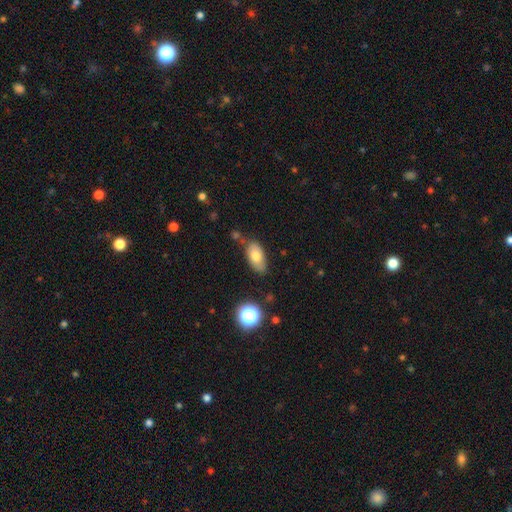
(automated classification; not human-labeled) Smooth or featured?
  - smooth: 74% *
  - featured or disk: 17%
  - star or artifact: 9%
How rounded?
  - in between: 90% *
  - round: 5%
  - cigar-shaped: 5%
Merging?
  - none: 69% *
  - minor disturbance: 20%
  - merger: 7%
  - major disturbance: 5%